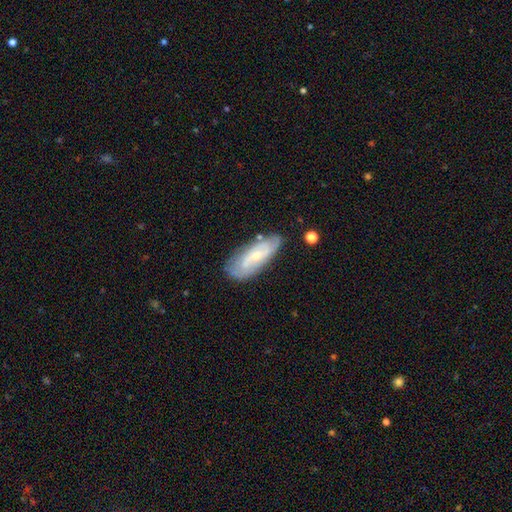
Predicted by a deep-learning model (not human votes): Smooth or featured? Predicted: featured or disk (p=0.66). Edge-on disk? Predicted: no (p=0.87). Bar? Predicted: no (p=0.60). Spiral arms? Predicted: yes (p=0.82). Bulge size? Predicted: small (p=0.67). Merging? Predicted: none (p=0.73).